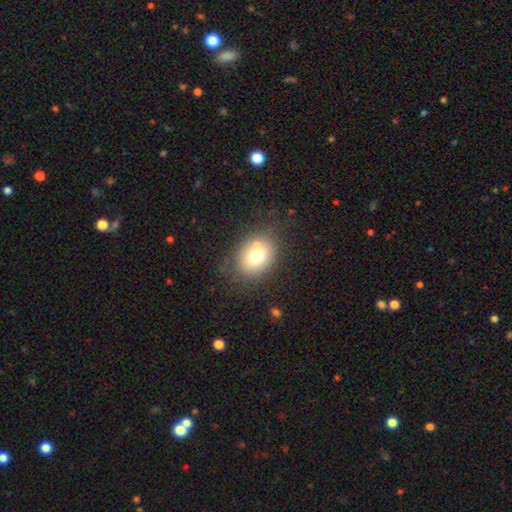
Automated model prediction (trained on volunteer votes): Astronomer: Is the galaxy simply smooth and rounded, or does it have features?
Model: smooth — 73%.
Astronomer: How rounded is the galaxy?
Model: in between — 58% (runner-up: round, 41%).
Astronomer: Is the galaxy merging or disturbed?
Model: none — 70%.